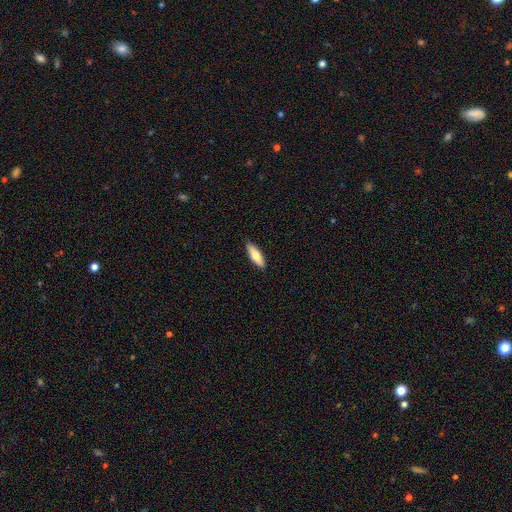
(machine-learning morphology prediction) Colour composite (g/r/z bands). It shows a smooth galaxy with no disk features (71%) that is in between round and cigar-shaped (50%). Merging: none (90%).